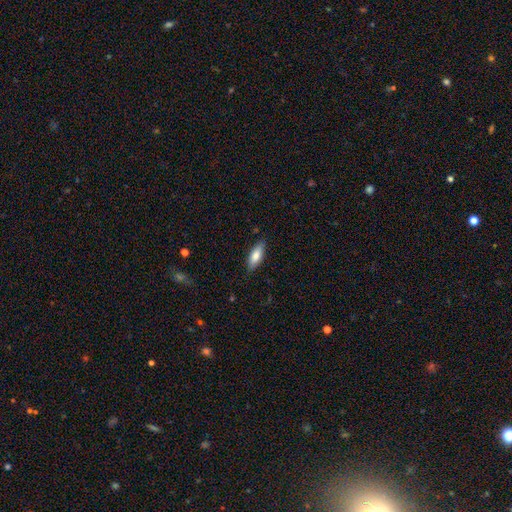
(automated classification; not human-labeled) This appears to be a smooth galaxy with no disk features (77%) that is in between round and cigar-shaped (68%). Merging: none (85%).